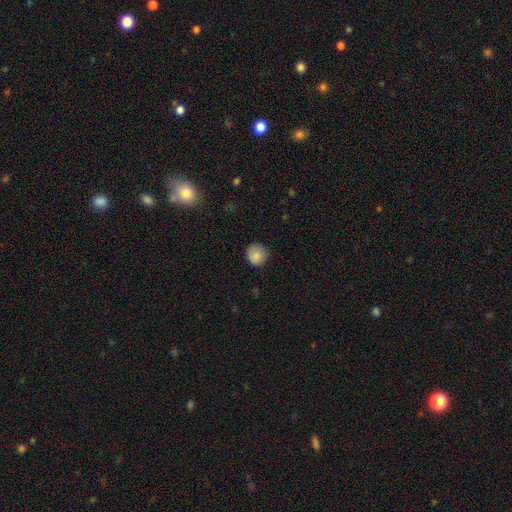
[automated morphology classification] Smooth or featured? smooth (86%)
How rounded? round (92%)
Merging? none (79%)